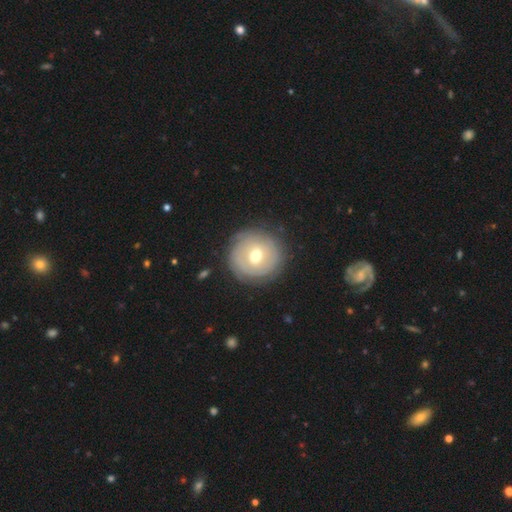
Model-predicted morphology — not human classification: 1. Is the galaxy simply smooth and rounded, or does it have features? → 54% featured or disk, 38% smooth, 8% star or artifact.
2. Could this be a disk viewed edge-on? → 96% no, 4% yes.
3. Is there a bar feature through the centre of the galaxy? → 54% no, 36% weak, 10% strong.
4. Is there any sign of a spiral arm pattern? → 57% yes, 43% no.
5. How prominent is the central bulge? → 70% moderate, 24% small, 4% large, 1% dominant, 1% none.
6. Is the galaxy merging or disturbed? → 84% none, 11% minor disturbance, 4% major disturbance, 1% merger.